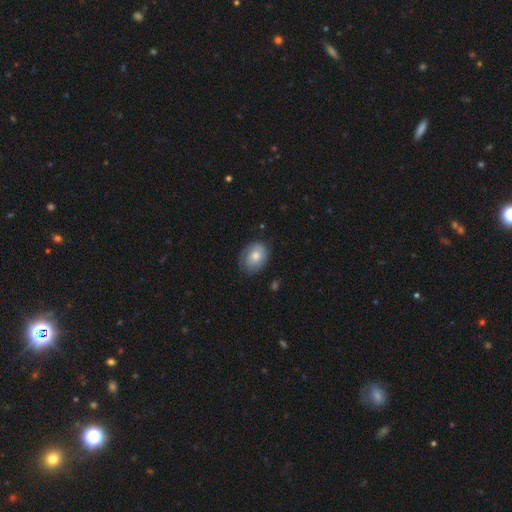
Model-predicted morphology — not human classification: Q: Smooth or featured?
A: smooth (58%); runner-up: featured or disk (35%)
Q: How rounded?
A: in between (61%); runner-up: round (38%)
Q: Merging?
A: none (68%); runner-up: minor disturbance (23%)